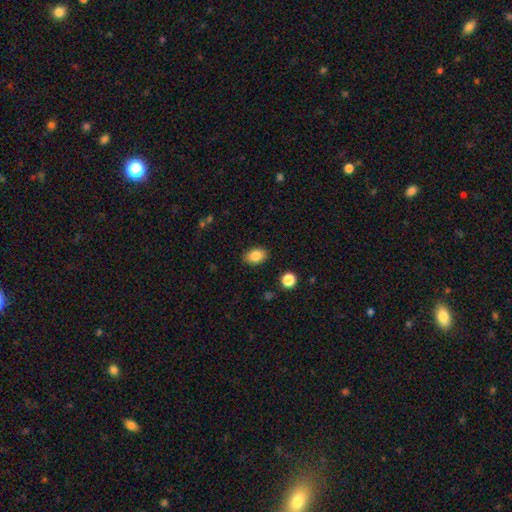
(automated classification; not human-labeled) Q: Smooth or featured?
A: smooth (85%); runner-up: star or artifact (8%)
Q: How rounded?
A: in between (84%); runner-up: round (15%)
Q: Merging?
A: none (88%); runner-up: minor disturbance (9%)